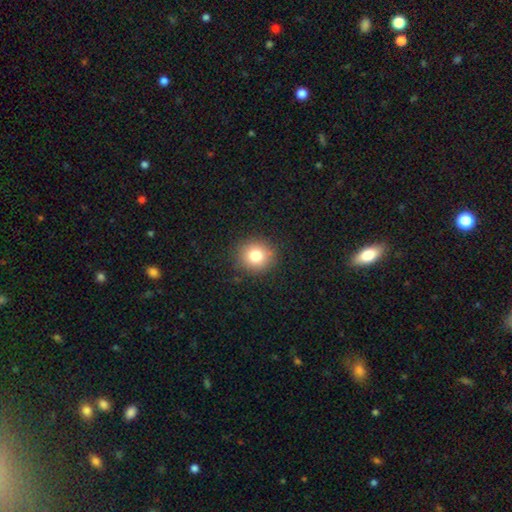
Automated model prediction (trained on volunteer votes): A smooth galaxy with no disk features (80%) that is round (88%). Merging: none (88%).